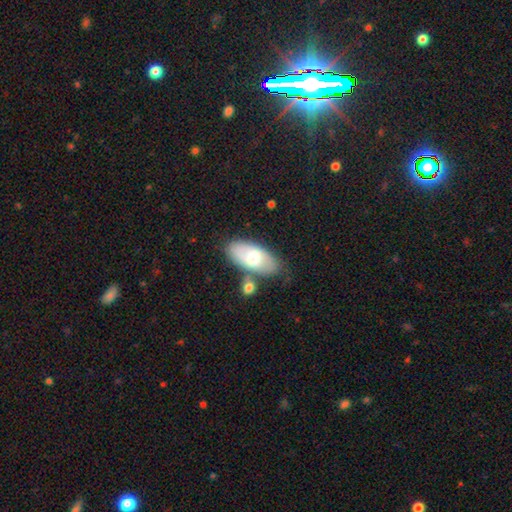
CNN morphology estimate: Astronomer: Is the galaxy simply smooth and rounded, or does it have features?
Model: smooth — 57% (runner-up: featured or disk, 37%).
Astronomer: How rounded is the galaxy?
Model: in between — 90%.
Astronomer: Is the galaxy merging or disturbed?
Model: none — 64%.